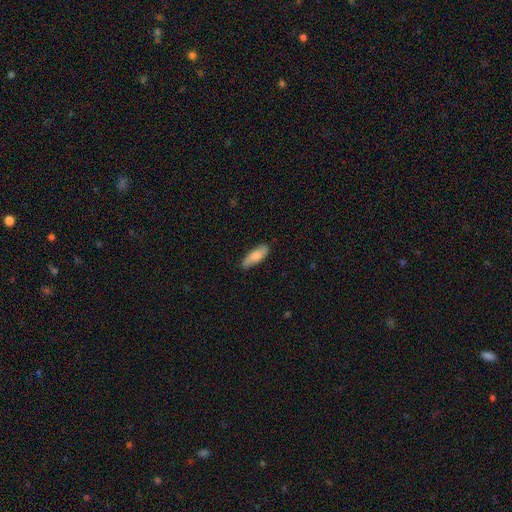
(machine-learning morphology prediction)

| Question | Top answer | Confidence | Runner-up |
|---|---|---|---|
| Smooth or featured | smooth | 75% | featured or disk (19%) |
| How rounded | in between | 65% | cigar-shaped (33%) |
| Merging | none | 80% | minor disturbance (16%) |